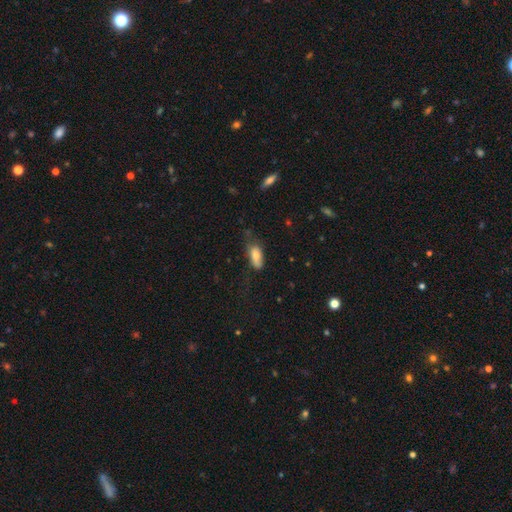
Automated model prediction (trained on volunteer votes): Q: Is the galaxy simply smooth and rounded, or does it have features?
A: smooth — 79%.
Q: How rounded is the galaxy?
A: in between — 82%.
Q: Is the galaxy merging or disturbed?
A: none — 43%.